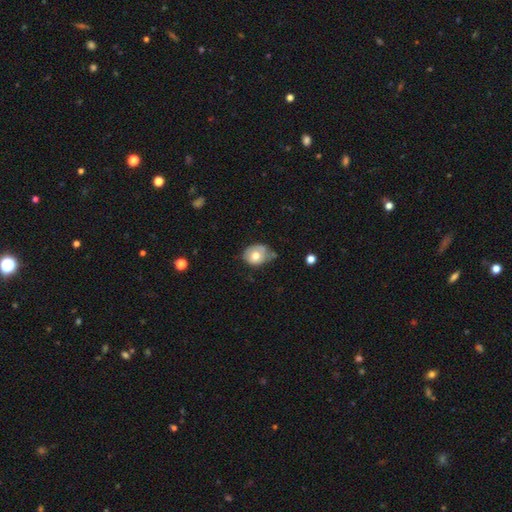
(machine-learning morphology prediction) smooth 67%, featured or disk 26%, star or artifact 8%. Down the decision tree: how rounded — in between (54%); merging — none (41%).